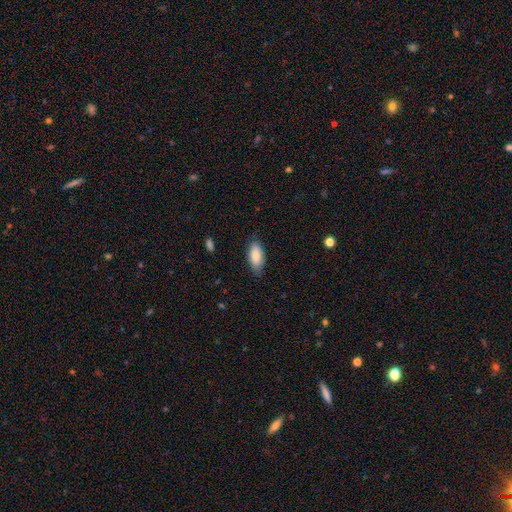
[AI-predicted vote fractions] This is clearly a smooth galaxy (87%). How rounded: clearly in between (88%). Merging: clearly none (81%).